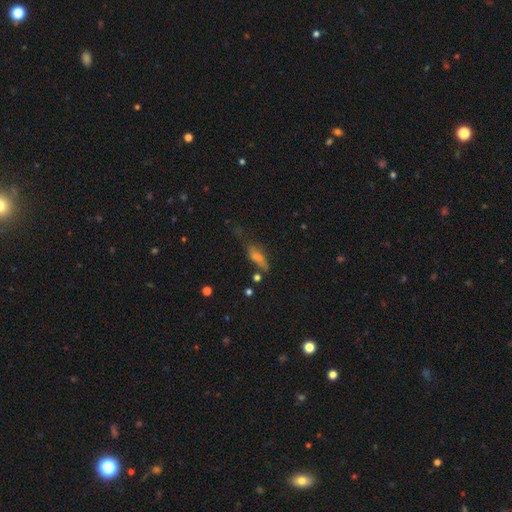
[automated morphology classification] Overall: smooth (50%; featured or disk 31%). Merging: none (49%; minor disturbance 27%).